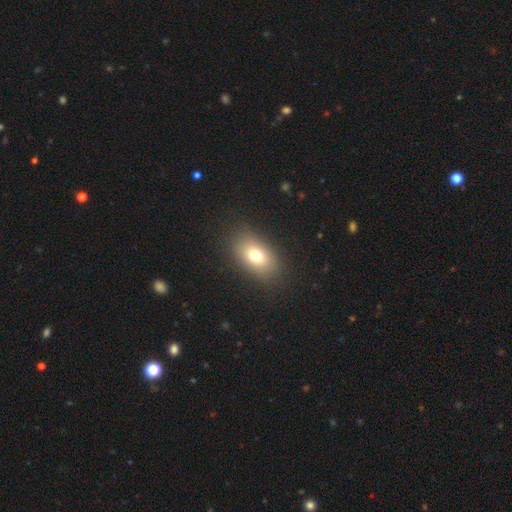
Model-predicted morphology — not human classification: Smooth or featured: smooth — 74% (featured or disk — 15%)
How rounded: in between — 84% (round — 13%)
Merging: none — 86% (minor disturbance — 9%)